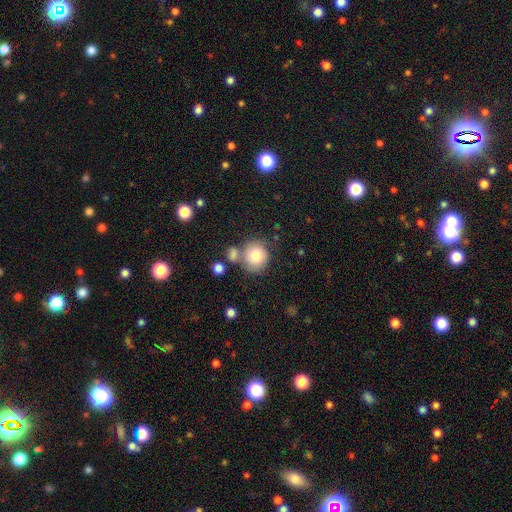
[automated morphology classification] Smooth or featured? smooth (77%)
How rounded? round (85%)
Merging? none (62%)